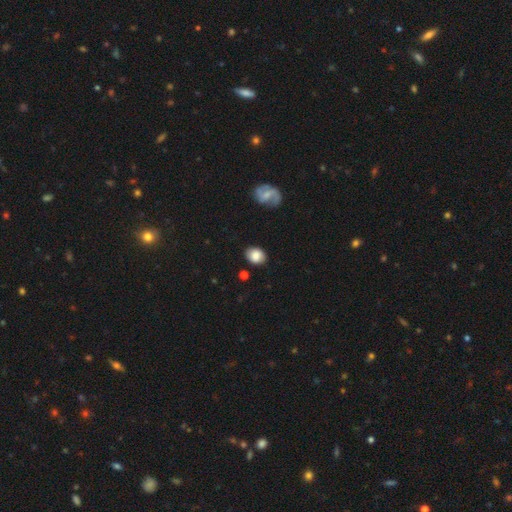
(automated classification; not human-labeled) Smooth or featured?
  - smooth: 80% *
  - featured or disk: 12%
  - star or artifact: 8%
How rounded?
  - in between: 56% *
  - round: 43%
  - cigar-shaped: 1%
Merging?
  - none: 80% *
  - minor disturbance: 14%
  - major disturbance: 3%
  - merger: 2%